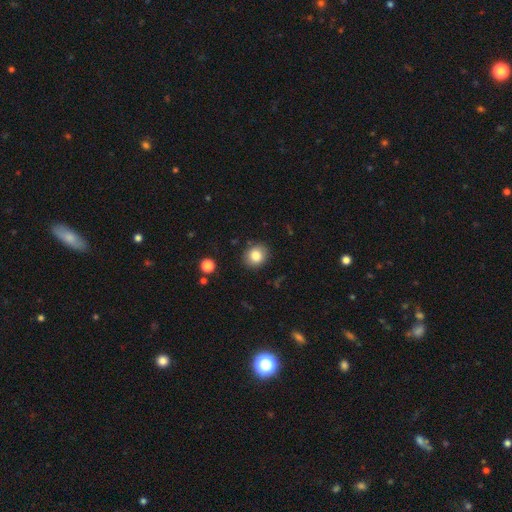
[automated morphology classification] A smooth galaxy with no disk features (82%) that is round (72%). Merging: none (87%).